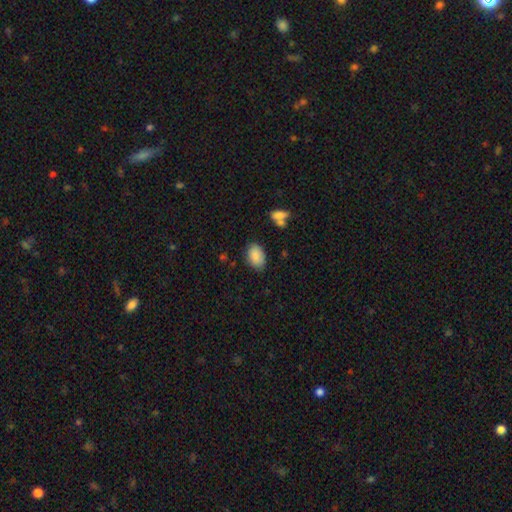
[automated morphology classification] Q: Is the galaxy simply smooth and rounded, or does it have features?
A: smooth — 88%.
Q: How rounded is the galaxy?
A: in between — 87%.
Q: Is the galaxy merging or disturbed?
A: none — 78%.